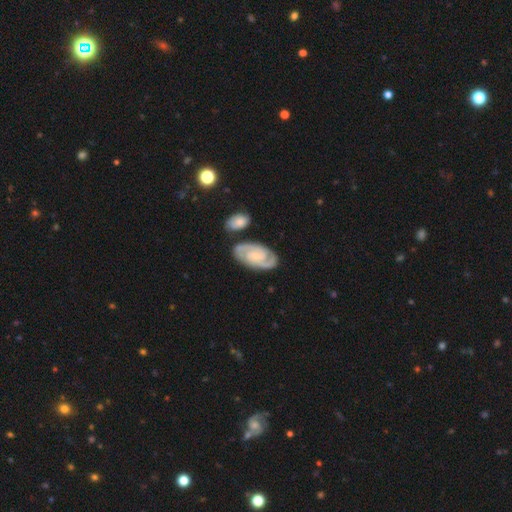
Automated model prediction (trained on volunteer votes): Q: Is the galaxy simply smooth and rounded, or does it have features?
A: featured or disk — 85%.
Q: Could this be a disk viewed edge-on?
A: no — 96%.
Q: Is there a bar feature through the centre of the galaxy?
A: no — 54%.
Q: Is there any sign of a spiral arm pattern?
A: yes — 97%.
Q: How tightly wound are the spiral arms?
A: tight — 55%.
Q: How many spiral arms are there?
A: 2 — 85%.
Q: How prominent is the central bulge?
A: small — 62%.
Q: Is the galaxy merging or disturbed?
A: none — 77%.